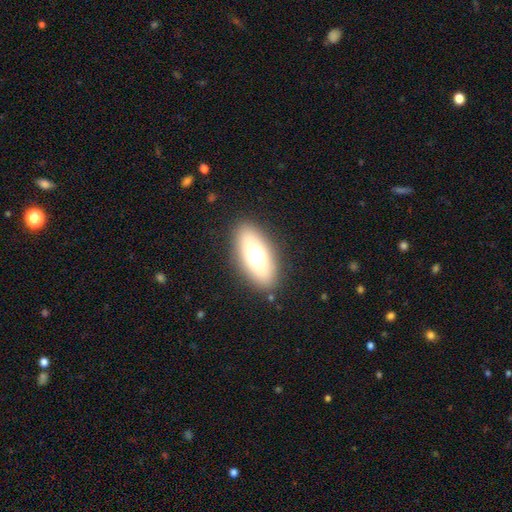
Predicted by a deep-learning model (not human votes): Smooth or featured: smooth — 61% (featured or disk — 27%)
How rounded: in between — 82% (round — 9%)
Merging: none — 86% (minor disturbance — 9%)